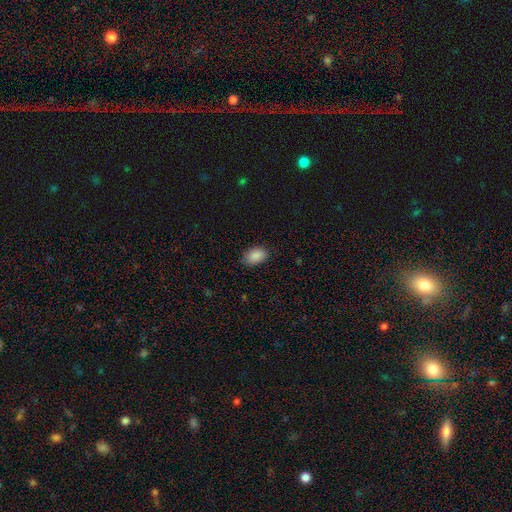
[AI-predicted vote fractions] Overall: smooth (89%). How rounded: in between (87%). Merging: none (84%).